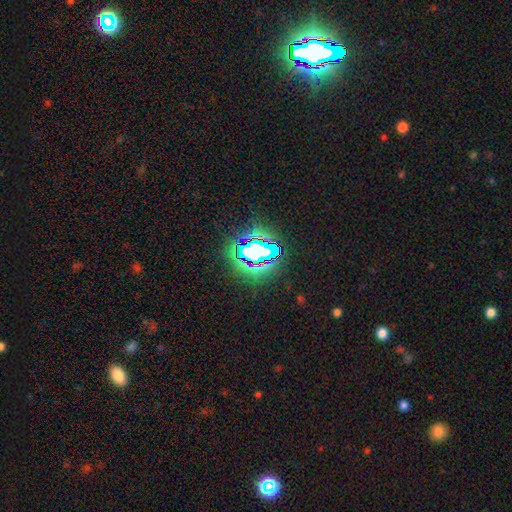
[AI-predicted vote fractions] Overall: star or artifact (62%; smooth 25%).